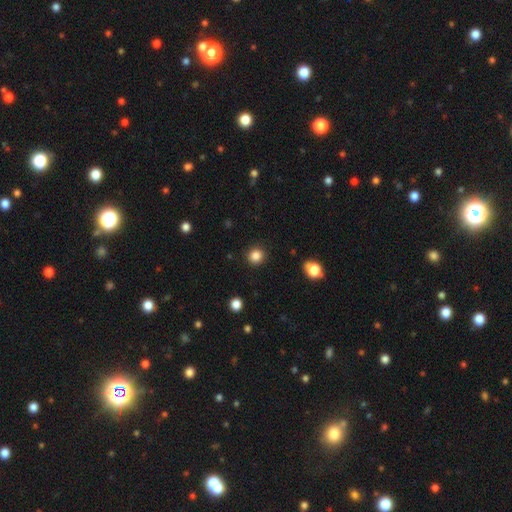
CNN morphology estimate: Smooth or featured: smooth — 85% (star or artifact — 12%)
How rounded: round — 93% (in between — 6%)
Merging: none — 92% (minor disturbance — 5%)